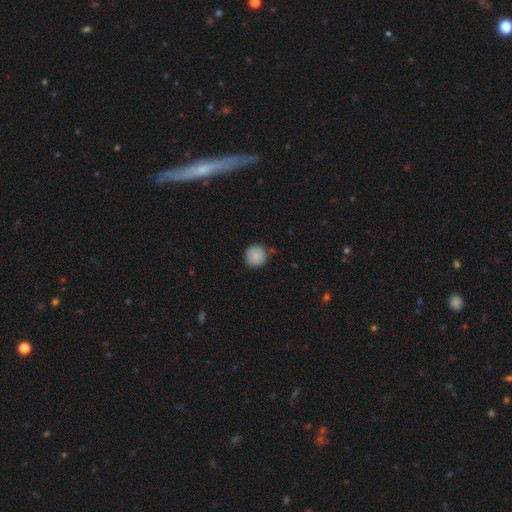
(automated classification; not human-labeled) Smooth or featured? smooth (88%)
How rounded? round (92%)
Merging? none (85%)